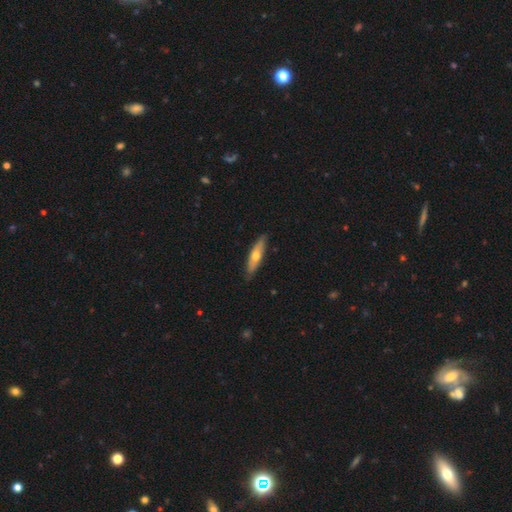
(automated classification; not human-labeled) Smooth or featured? smooth (55%)
How rounded? cigar-shaped (71%)
Merging? none (86%)